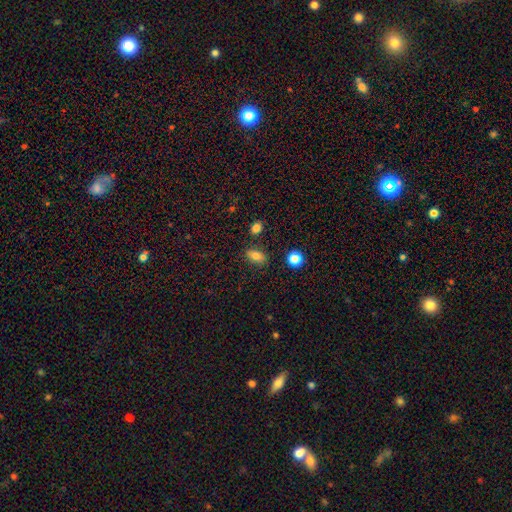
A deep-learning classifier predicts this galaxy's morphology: Smooth or featured? smooth (80%)
How rounded? in between (84%)
Merging? none (83%)